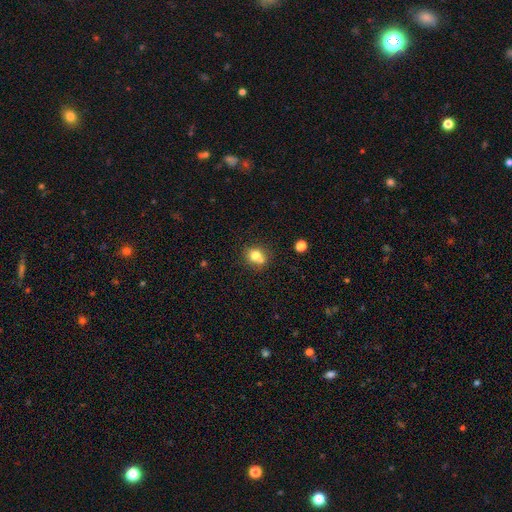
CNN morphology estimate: smooth-or-featured: smooth: 76% | featured or disk: 12% | star or artifact: 12%
  how-rounded: round: 73% | in between: 26% | cigar-shaped: 1%
  merging: none: 56% | merger: 26% | minor disturbance: 14% | major disturbance: 4%